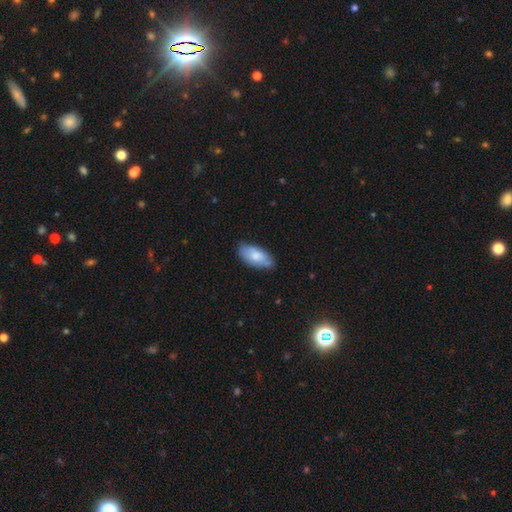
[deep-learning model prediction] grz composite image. It shows a smooth galaxy with no disk features (74%) that is in between round and cigar-shaped (92%). Merging: none (70%).